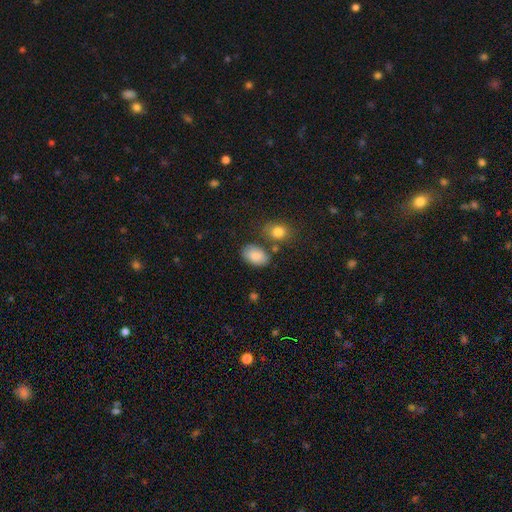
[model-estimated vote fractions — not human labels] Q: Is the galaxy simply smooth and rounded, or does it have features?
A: smooth — 86%.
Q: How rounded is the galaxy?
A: in between — 89%.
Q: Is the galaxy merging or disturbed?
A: none — 69%.